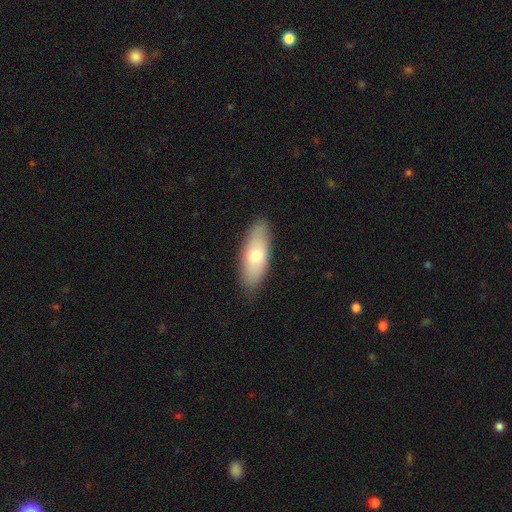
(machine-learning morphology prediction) Smooth or featured?
  - smooth: 70% *
  - featured or disk: 24%
  - star or artifact: 6%
How rounded?
  - in between: 73% *
  - cigar-shaped: 25%
  - round: 3%
Merging?
  - none: 85% *
  - minor disturbance: 11%
  - major disturbance: 2%
  - merger: 1%